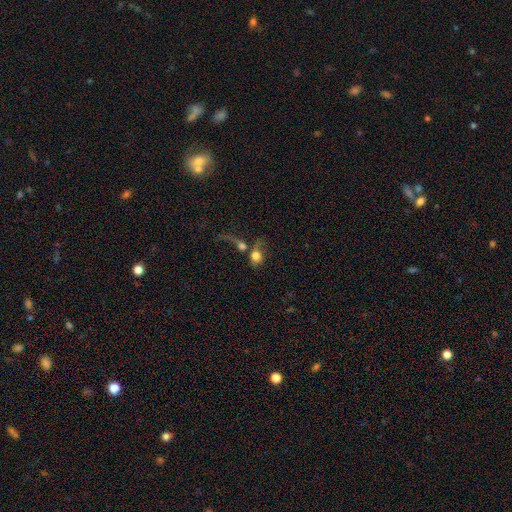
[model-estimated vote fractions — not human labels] A smooth galaxy with no disk features (68%) that is round (56%). Merging: merger (50%).